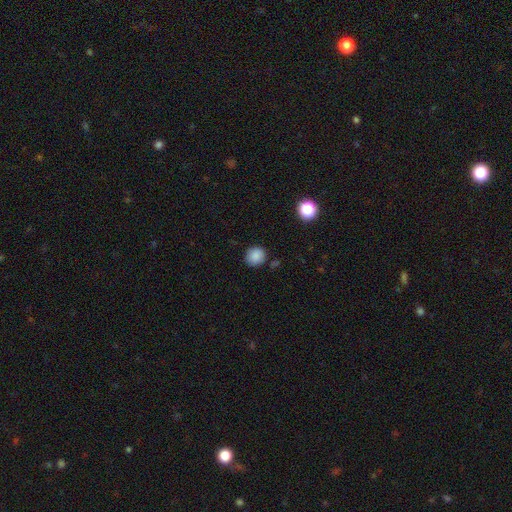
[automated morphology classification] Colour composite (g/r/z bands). It shows a smooth galaxy with no disk features (86%) that is round (87%). Merging: none (83%).